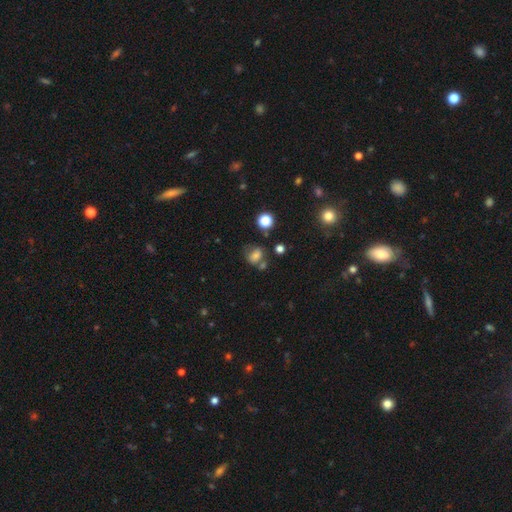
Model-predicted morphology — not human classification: Smooth or featured? Predicted: smooth (p=0.69). How rounded? Predicted: in between (p=0.50). Merging? Predicted: none (p=0.48).